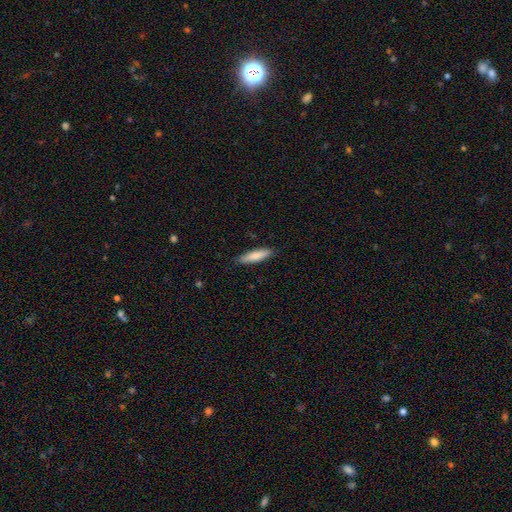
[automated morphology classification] This appears to be a smooth galaxy with no disk features (83%) that is cigar-shaped (75%). Merging: none (87%).